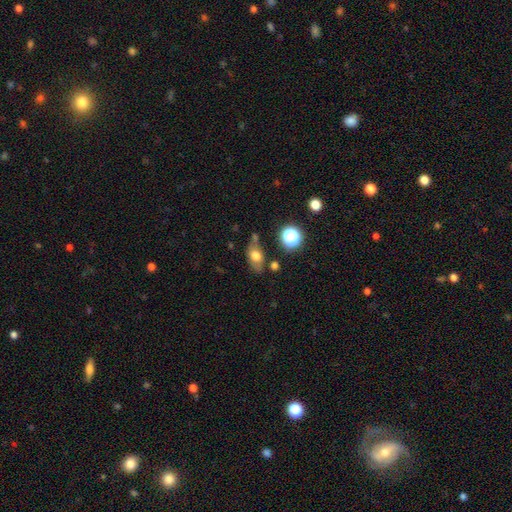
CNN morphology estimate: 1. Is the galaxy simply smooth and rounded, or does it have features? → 63% smooth, 25% featured or disk, 12% star or artifact.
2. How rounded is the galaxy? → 77% in between, 18% round, 5% cigar-shaped.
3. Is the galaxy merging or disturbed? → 61% none, 22% minor disturbance, 10% merger, 7% major disturbance.